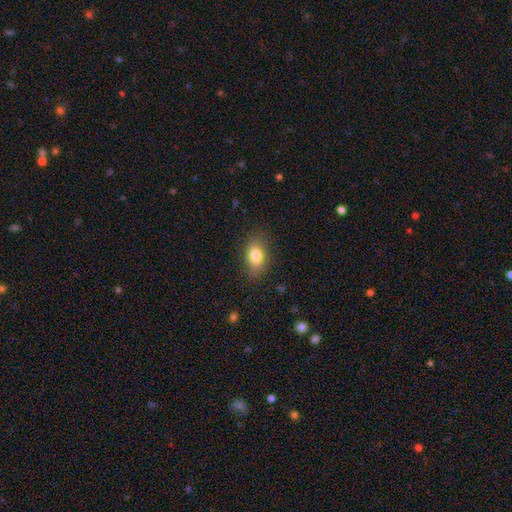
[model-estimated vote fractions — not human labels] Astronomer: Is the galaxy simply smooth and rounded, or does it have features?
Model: smooth — 80%.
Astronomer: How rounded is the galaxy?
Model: in between — 85%.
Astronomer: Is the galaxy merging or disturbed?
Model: none — 83%.